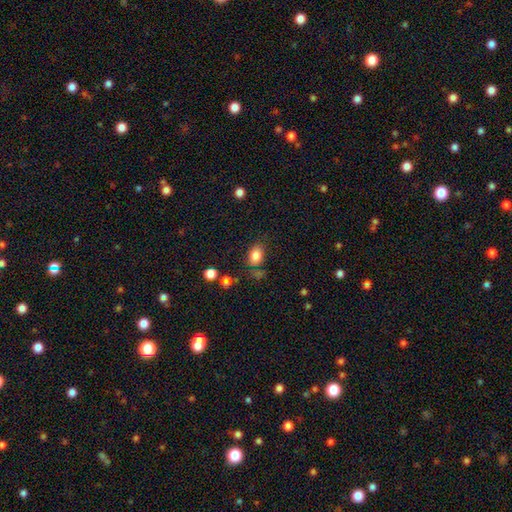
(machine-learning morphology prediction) A smooth galaxy with no disk features (83%) that is in between round and cigar-shaped (77%).

Vote fractions:
- Smooth or featured? smooth: 83% / star or artifact: 10% / featured or disk: 7%
- How rounded? in between: 77% / round: 21% / cigar-shaped: 1%
- Merging? none: 73% / minor disturbance: 16% / merger: 6% / major disturbance: 5%